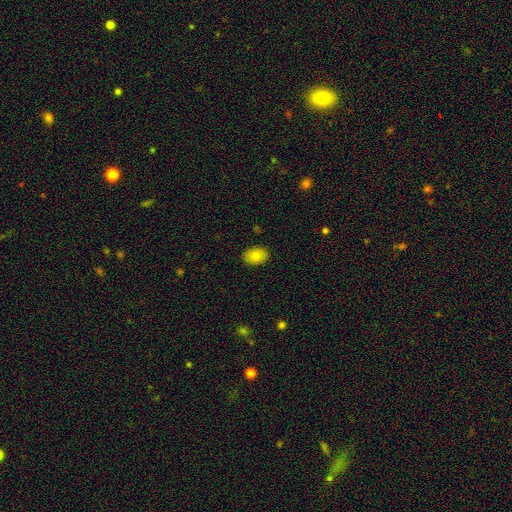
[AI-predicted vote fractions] smooth 82%, featured or disk 10%, star or artifact 8%. Down the decision tree: how rounded — in between (81%); merging — none (89%).